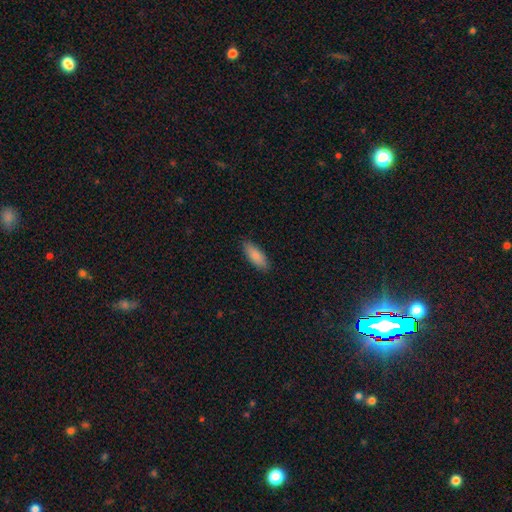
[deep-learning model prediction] Smooth or featured?
  - smooth: 86% *
  - featured or disk: 8%
  - star or artifact: 6%
How rounded?
  - in between: 72% *
  - cigar-shaped: 27%
  - round: 2%
Merging?
  - none: 87% *
  - minor disturbance: 10%
  - major disturbance: 2%
  - merger: 1%